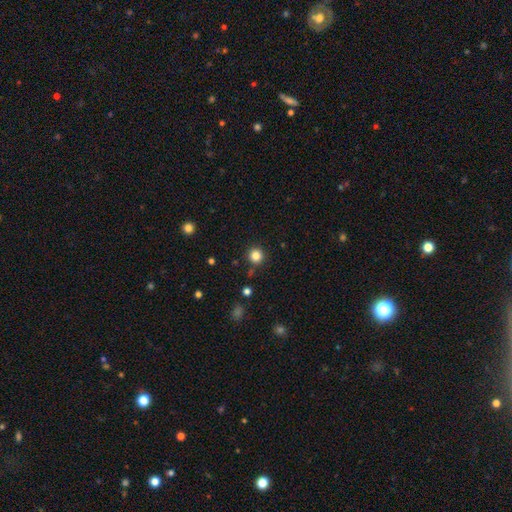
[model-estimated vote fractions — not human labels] Smooth or featured?
  - smooth: 83% *
  - star or artifact: 12%
  - featured or disk: 5%
How rounded?
  - round: 95% *
  - in between: 4%
  - cigar-shaped: 1%
Merging?
  - none: 90% *
  - minor disturbance: 6%
  - merger: 2%
  - major disturbance: 2%